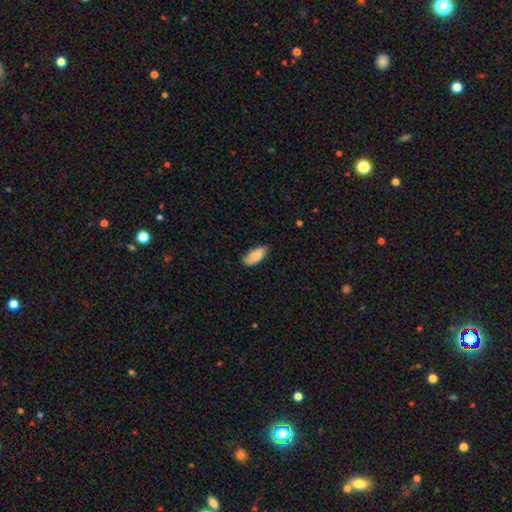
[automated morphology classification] The model was most divided on "merging": none: 73%, minor disturbance: 22%, major disturbance: 4%, merger: 1%. More confident: how rounded — in between (89%); smooth or featured — smooth (84%).